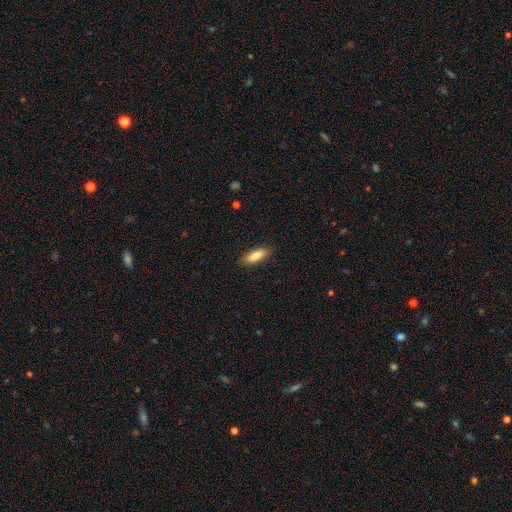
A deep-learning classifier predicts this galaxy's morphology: smooth 85%, featured or disk 9%, star or artifact 6%. Down the decision tree: how rounded — in between (60%); merging — none (86%).